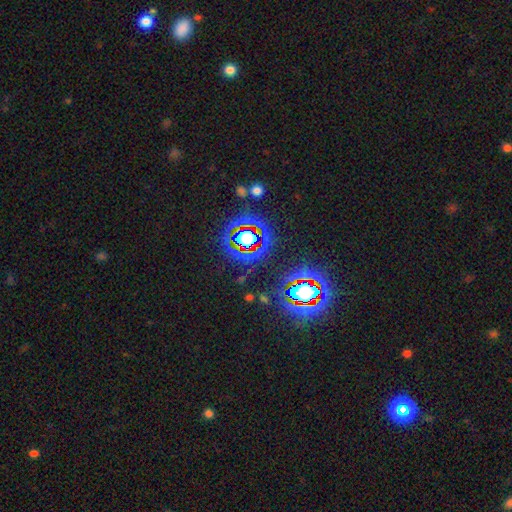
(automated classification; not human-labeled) A star or artifact, not a galaxy (80%).

Vote fractions:
- Smooth or featured? star or artifact: 80% / smooth: 10% / featured or disk: 9%